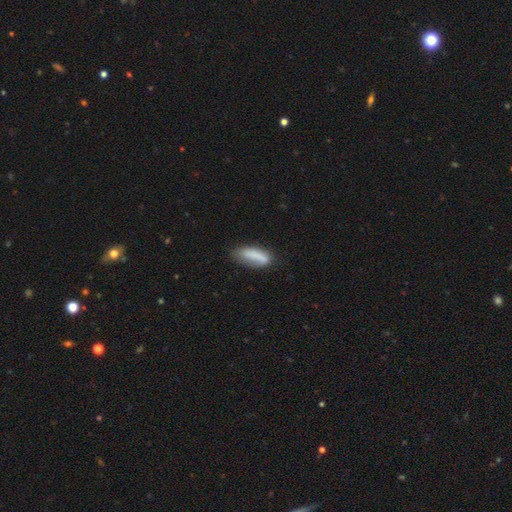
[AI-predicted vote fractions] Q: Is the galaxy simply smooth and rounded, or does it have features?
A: smooth — 78%.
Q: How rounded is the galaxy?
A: in between — 55%.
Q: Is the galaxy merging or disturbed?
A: none — 57%.